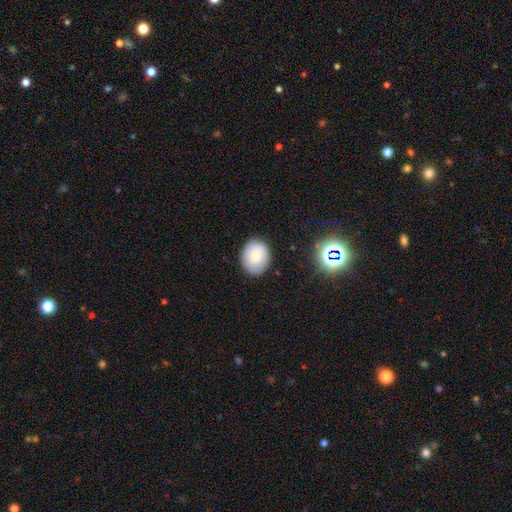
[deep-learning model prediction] A smooth galaxy with no disk features (77%) that is round (61%).

Vote fractions:
- Smooth or featured? smooth: 77% / featured or disk: 13% / star or artifact: 9%
- How rounded? round: 61% / in between: 39% / cigar-shaped: 1%
- Merging? none: 84% / minor disturbance: 12% / major disturbance: 3% / merger: 1%